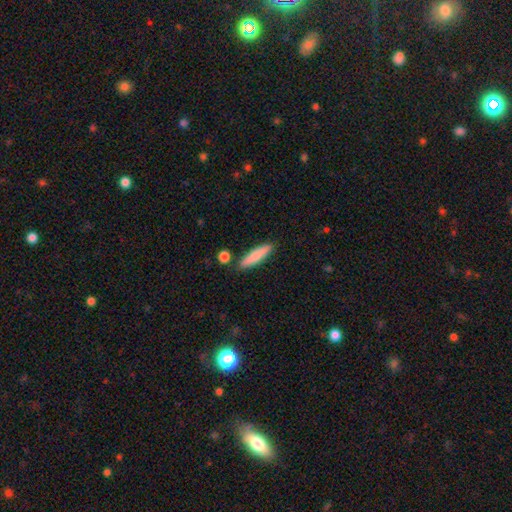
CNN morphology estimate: Smooth or featured: smooth — 78% (featured or disk — 16%)
How rounded: cigar-shaped — 82% (in between — 16%)
Merging: none — 84% (minor disturbance — 10%)